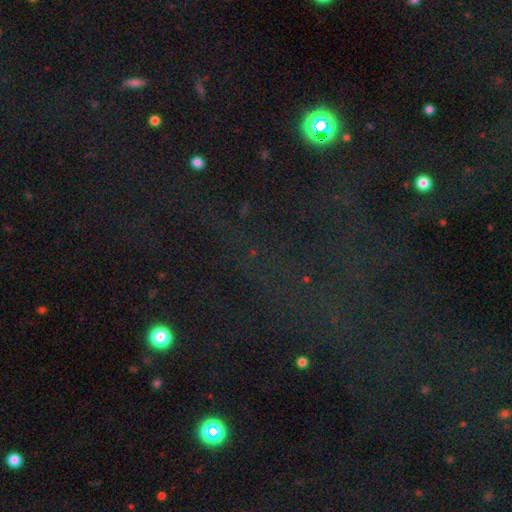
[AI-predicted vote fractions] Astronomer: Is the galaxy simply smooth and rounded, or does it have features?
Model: star or artifact — 70%.